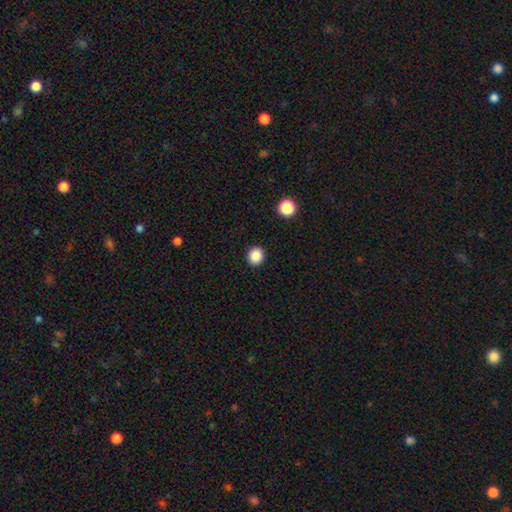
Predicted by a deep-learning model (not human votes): This is clearly a smooth galaxy (87%). How rounded: clearly round (85%). Merging: clearly none (92%).